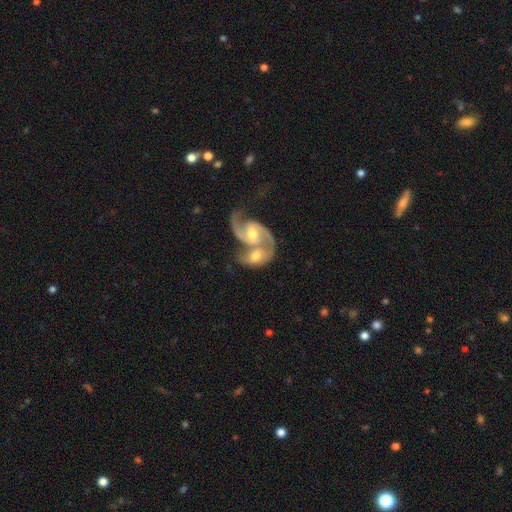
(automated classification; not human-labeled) Smooth or featured?
  - featured or disk: 76% *
  - smooth: 19%
  - star or artifact: 5%
Edge-on disk?
  - no: 96% *
  - yes: 4%
Bar?
  - no: 47% *
  - weak: 40%
  - strong: 13%
Spiral arms?
  - yes: 91% *
  - no: 9%
Spiral winding?
  - medium: 50% *
  - loose: 34%
  - tight: 16%
Spiral arm count?
  - 2: 83% *
  - 1: 7%
  - can't tell: 6%
  - 3: 2%
  - 4: 1%
  - more than 4: 1%
Bulge size?
  - moderate: 68% *
  - small: 21%
  - large: 8%
  - none: 2%
  - dominant: 1%
Merging?
  - merger: 72% *
  - none: 16%
  - minor disturbance: 7%
  - major disturbance: 5%